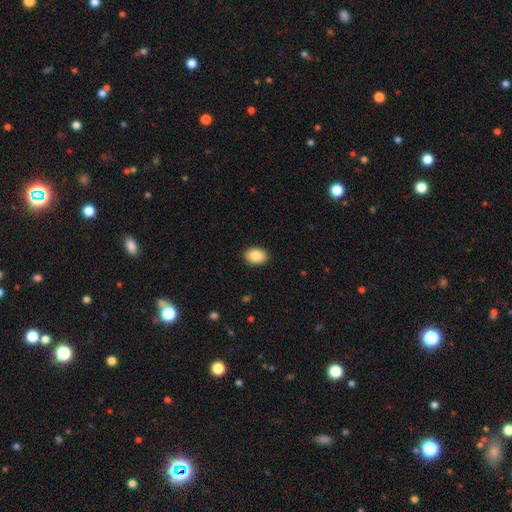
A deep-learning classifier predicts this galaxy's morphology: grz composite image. It shows a smooth galaxy with no disk features (86%) that is in between round and cigar-shaped (76%). Merging: none (91%).